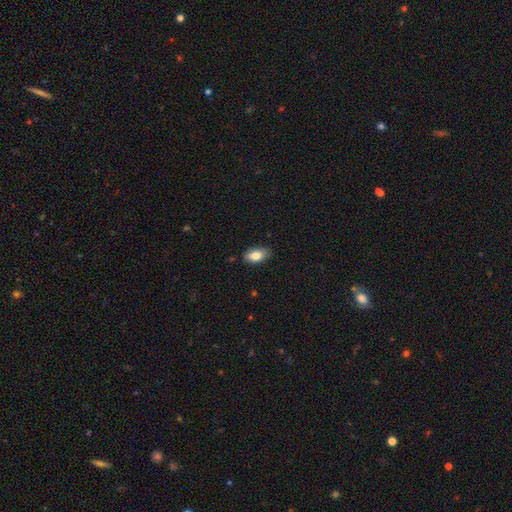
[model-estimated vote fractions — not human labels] Smooth or featured?
  - smooth: 81% *
  - featured or disk: 12%
  - star or artifact: 7%
How rounded?
  - in between: 91% *
  - round: 6%
  - cigar-shaped: 3%
Merging?
  - none: 82% *
  - minor disturbance: 15%
  - major disturbance: 2%
  - merger: 1%